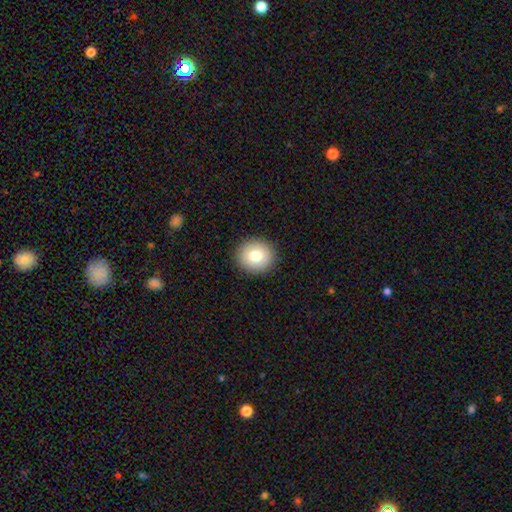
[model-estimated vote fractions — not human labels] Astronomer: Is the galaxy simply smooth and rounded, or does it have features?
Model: smooth — 79%.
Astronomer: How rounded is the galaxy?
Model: round — 84%.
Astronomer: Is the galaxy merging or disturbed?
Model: none — 91%.